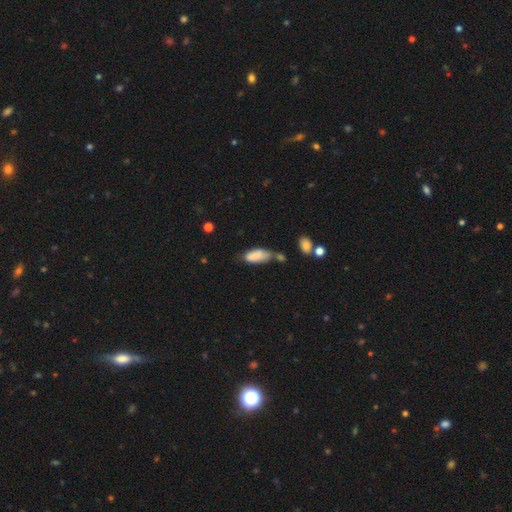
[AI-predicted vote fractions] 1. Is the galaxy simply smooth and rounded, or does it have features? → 83% smooth, 10% featured or disk, 7% star or artifact.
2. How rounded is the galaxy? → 83% in between, 15% cigar-shaped, 2% round.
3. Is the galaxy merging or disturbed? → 39% none, 33% minor disturbance, 16% merger, 12% major disturbance.